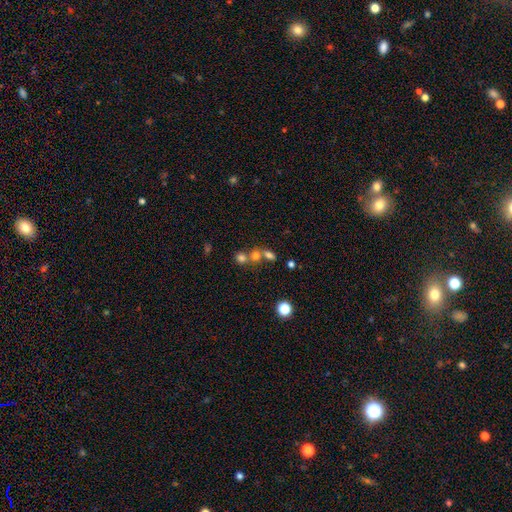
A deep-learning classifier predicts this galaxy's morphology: Smooth or featured?
  - smooth: 67% *
  - star or artifact: 19%
  - featured or disk: 14%
How rounded?
  - round: 70% *
  - in between: 29%
  - cigar-shaped: 2%
Merging?
  - merger: 52% *
  - none: 38%
  - minor disturbance: 6%
  - major disturbance: 4%